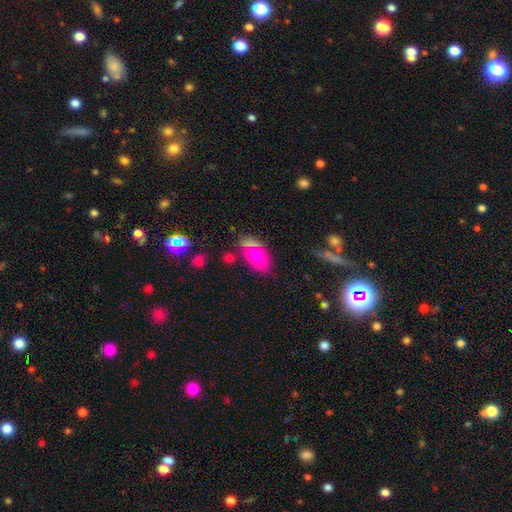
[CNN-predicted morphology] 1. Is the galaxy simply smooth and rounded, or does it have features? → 71% smooth, 17% featured or disk, 12% star or artifact.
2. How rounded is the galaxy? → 88% in between, 10% round, 2% cigar-shaped.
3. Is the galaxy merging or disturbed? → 62% none, 20% minor disturbance, 11% merger, 7% major disturbance.